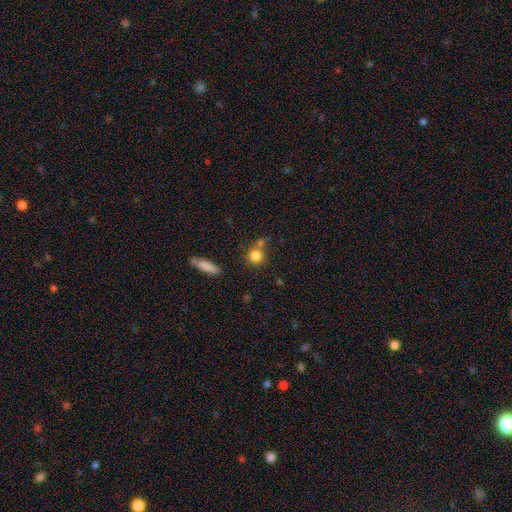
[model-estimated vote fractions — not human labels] smooth-or-featured: smooth: 81% | star or artifact: 10% | featured or disk: 9%
  how-rounded: round: 84% | in between: 13% | cigar-shaped: 3%
  merging: none: 61% | merger: 22% | minor disturbance: 12% | major disturbance: 5%